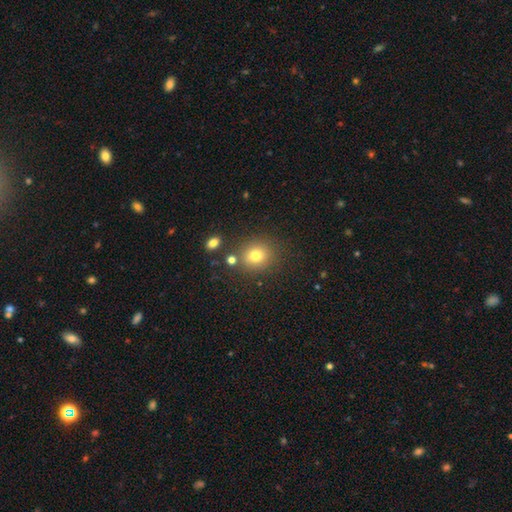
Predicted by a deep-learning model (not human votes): The model was most divided on "how rounded": round: 79%, in between: 20%, cigar-shaped: 1%. More confident: merging — none (79%); smooth or featured — smooth (76%).